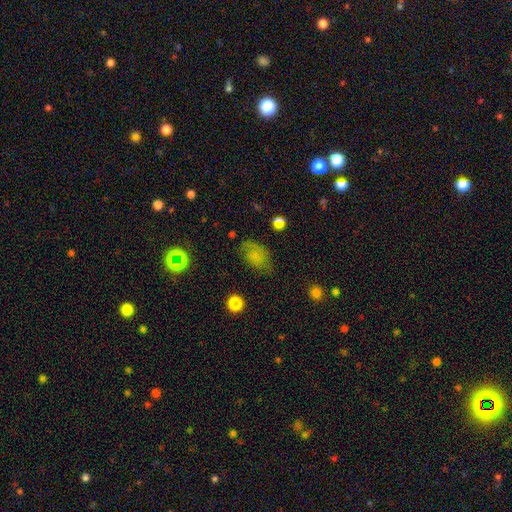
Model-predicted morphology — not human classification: The model was most divided on "merging": none: 57%, minor disturbance: 27%, major disturbance: 13%, merger: 2%. More confident: how rounded — in between (83%); smooth or featured — smooth (59%).